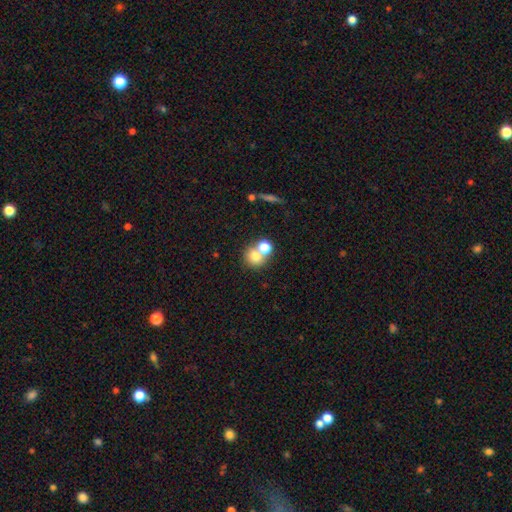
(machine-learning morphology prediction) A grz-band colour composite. It shows a smooth galaxy with no disk features (74%) that is round (81%). Merging: merger (45%, tied with none).